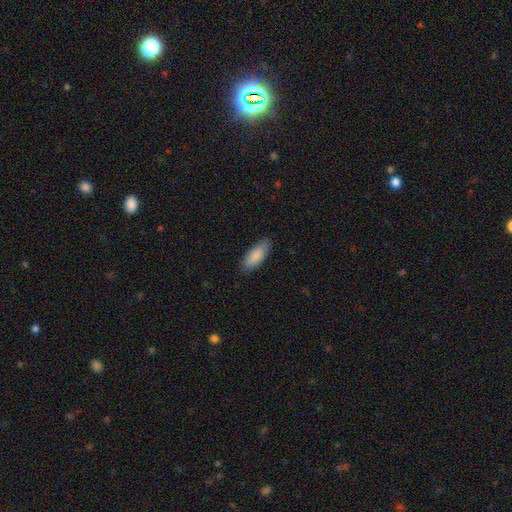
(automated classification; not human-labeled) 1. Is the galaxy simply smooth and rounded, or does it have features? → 86% smooth, 8% featured or disk, 5% star or artifact.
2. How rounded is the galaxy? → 78% in between, 20% cigar-shaped, 2% round.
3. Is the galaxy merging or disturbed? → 80% none, 16% minor disturbance, 3% major disturbance, 1% merger.